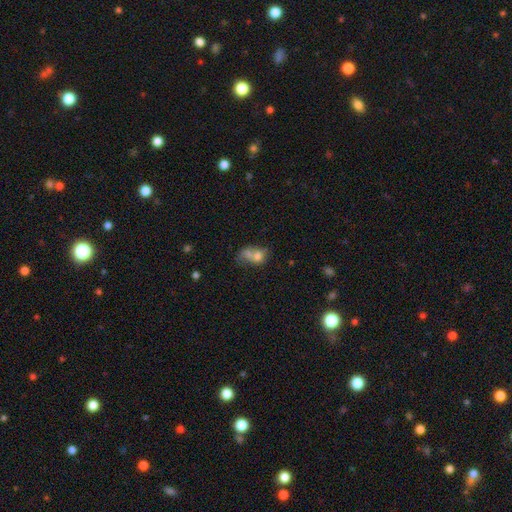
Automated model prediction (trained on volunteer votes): Smooth or featured: smooth — 66% (featured or disk — 22%)
How rounded: in between — 59% (round — 39%)
Merging: merger — 61% (none — 18%)